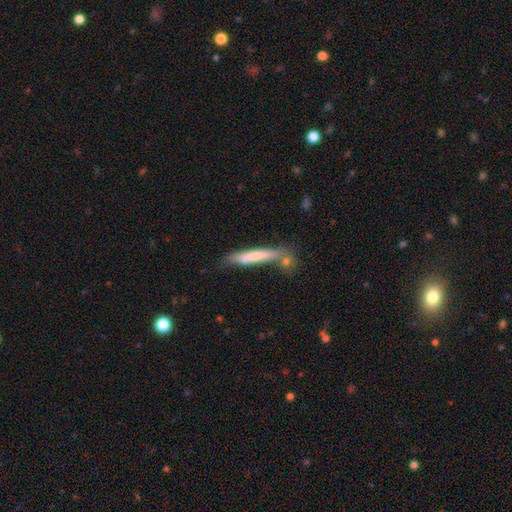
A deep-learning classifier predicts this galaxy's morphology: type=smooth (64%); roundness=cigar-shaped (92%); merging=none (59%).